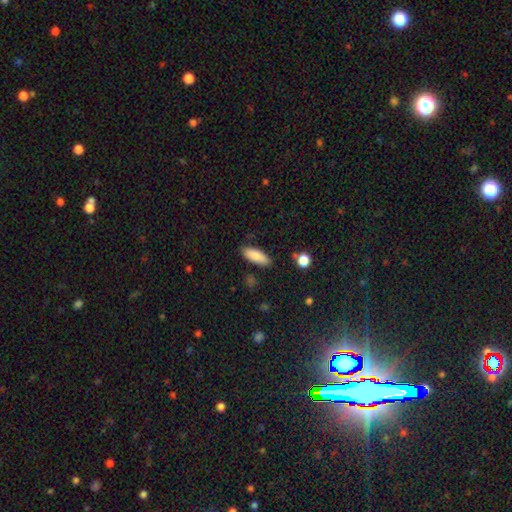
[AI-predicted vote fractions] The model was most divided on "how rounded": in between: 68%, cigar-shaped: 30%, round: 2%. More confident: smooth or featured — smooth (87%); merging — none (85%).